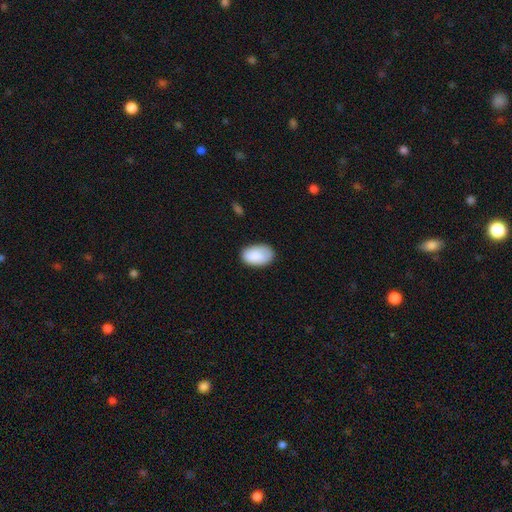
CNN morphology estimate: A smooth galaxy with no disk features (88%) that is in between round and cigar-shaped (91%). Merging: none (75%).